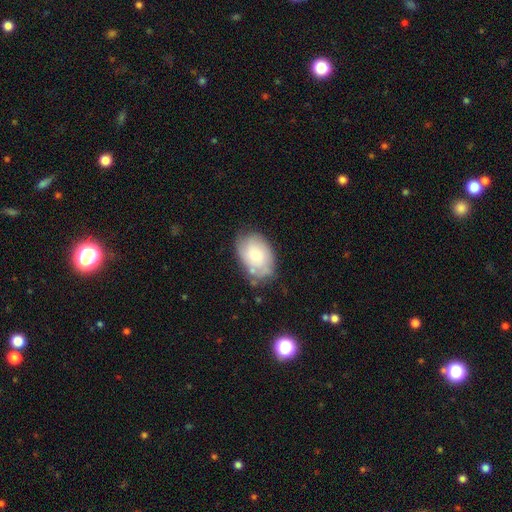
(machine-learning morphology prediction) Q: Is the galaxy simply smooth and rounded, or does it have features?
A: smooth — 60%.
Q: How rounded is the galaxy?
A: in between — 81%.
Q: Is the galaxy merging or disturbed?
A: none — 61%.